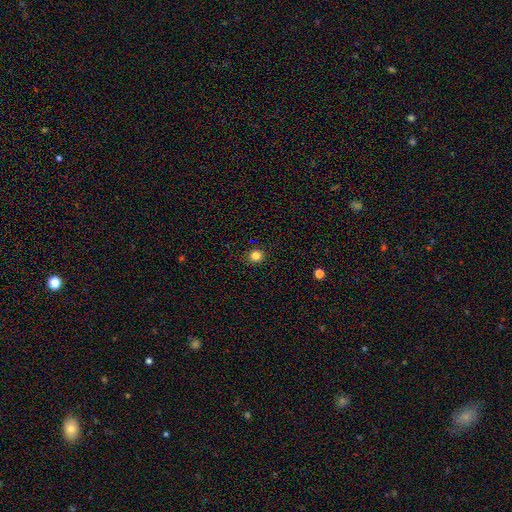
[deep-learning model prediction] This appears to be a smooth galaxy with no disk features (82%) that is round (90%). Merging: none (91%).